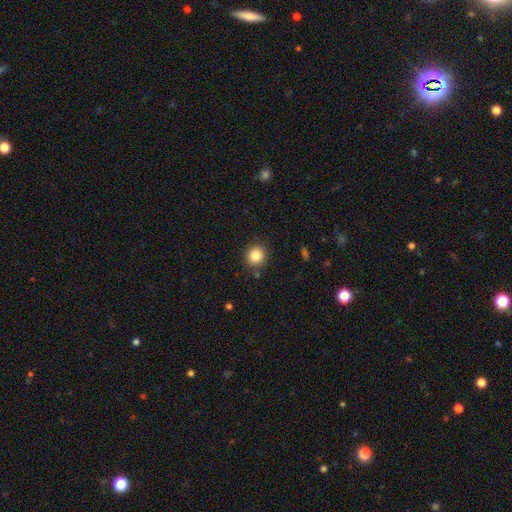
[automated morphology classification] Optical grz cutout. It shows a smooth galaxy with no disk features (85%) that is round (87%). Merging: none (88%).